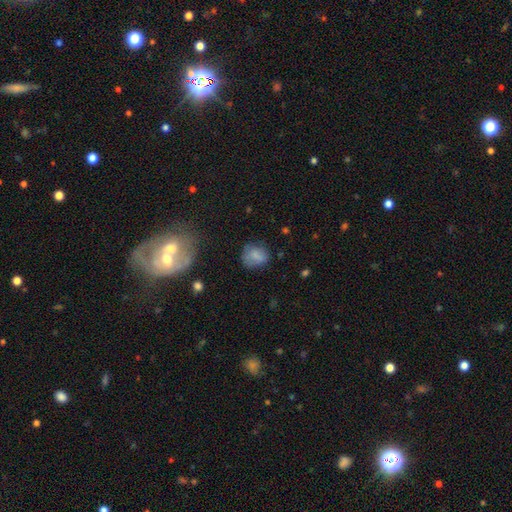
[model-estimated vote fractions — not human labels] Morphology: type=smooth (75%); roundness=round (59%); merging=none (58%).